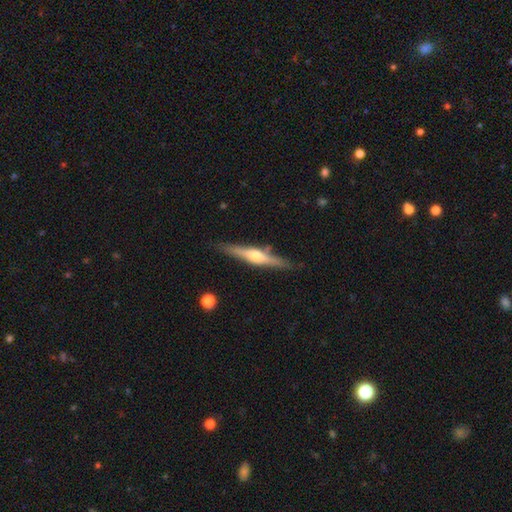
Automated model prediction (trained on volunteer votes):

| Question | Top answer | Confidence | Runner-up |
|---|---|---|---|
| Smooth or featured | featured or disk | 70% | smooth (24%) |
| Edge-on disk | yes | 97% | no (3%) |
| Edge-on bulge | rounded | 88% | boxy (7%) |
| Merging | none | 85% | minor disturbance (10%) |